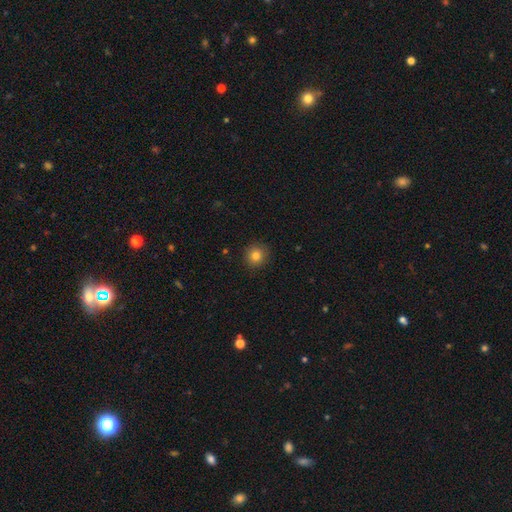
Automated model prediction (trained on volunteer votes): This is clearly a smooth galaxy (82%). How rounded: clearly round (91%). Merging: clearly none (91%).